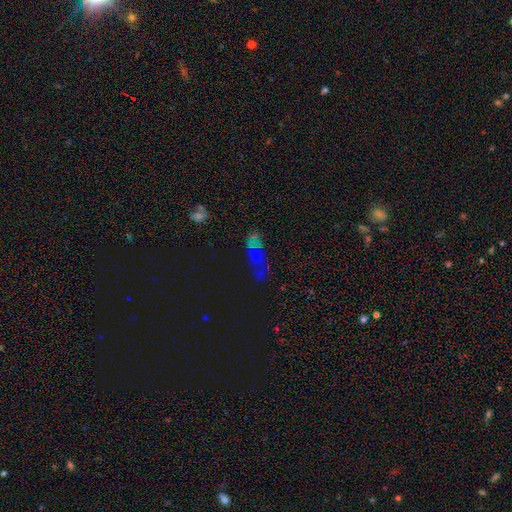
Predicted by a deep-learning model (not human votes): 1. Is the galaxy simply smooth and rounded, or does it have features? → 40% smooth, 34% star or artifact, 25% featured or disk.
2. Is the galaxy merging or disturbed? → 50% none, 20% minor disturbance, 17% major disturbance, 13% merger.